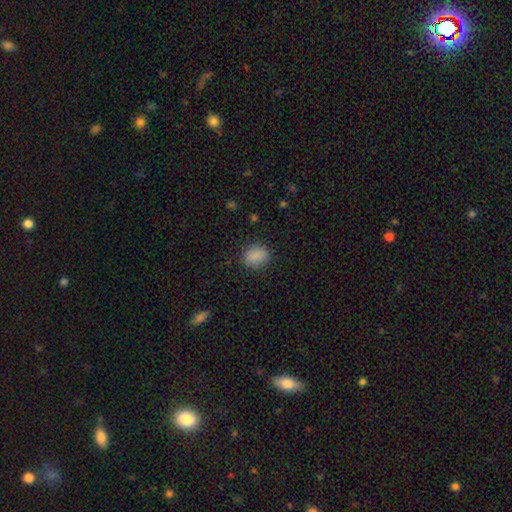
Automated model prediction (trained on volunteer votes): Smooth or featured? Predicted: smooth (p=0.87). How rounded? Predicted: in between (p=0.55). Merging? Predicted: none (p=0.86).